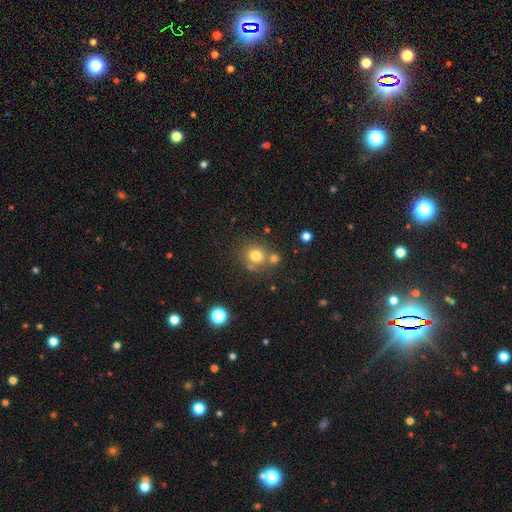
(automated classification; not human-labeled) A smooth galaxy with no disk features (76%) that is round (87%). Merging: none (63%).